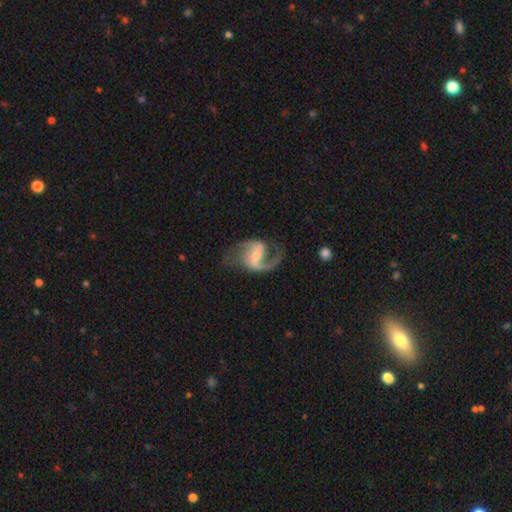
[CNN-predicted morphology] Smooth or featured?
  - featured or disk: 90% *
  - smooth: 5%
  - star or artifact: 5%
Edge-on disk?
  - no: 98% *
  - yes: 2%
Bar?
  - weak: 48% *
  - strong: 35%
  - no: 18%
Spiral arms?
  - yes: 97% *
  - no: 3%
Spiral winding?
  - medium: 49% *
  - loose: 41%
  - tight: 10%
Spiral arm count?
  - 2: 83% *
  - 1: 12%
  - can't tell: 2%
  - 3: 1%
  - 4: 1%
  - more than 4: 1%
Bulge size?
  - small: 53% *
  - moderate: 39%
  - none: 4%
  - large: 2%
  - dominant: 1%
Merging?
  - none: 68% *
  - minor disturbance: 17%
  - major disturbance: 13%
  - merger: 2%